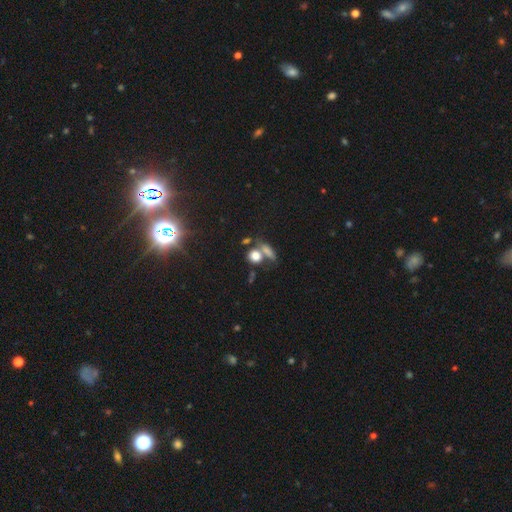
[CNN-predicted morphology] The model was most divided on "merging": none: 50%, merger: 33%, minor disturbance: 11%, major disturbance: 7%. More confident: smooth or featured — smooth (73%); how rounded — round (68%).